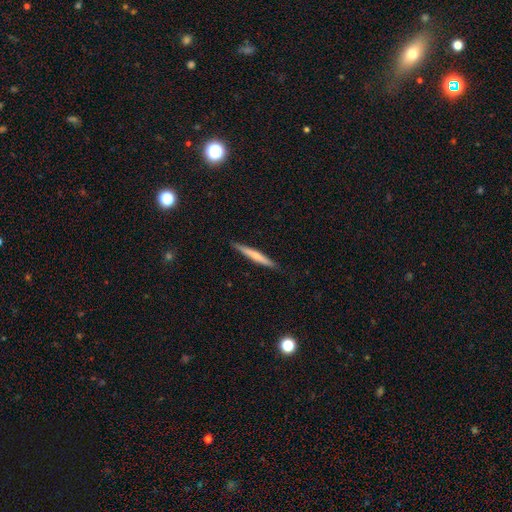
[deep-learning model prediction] The model was most divided on "smooth or featured": smooth: 58%, featured or disk: 37%, star or artifact: 5%. More confident: how rounded — cigar-shaped (96%); merging — none (89%).